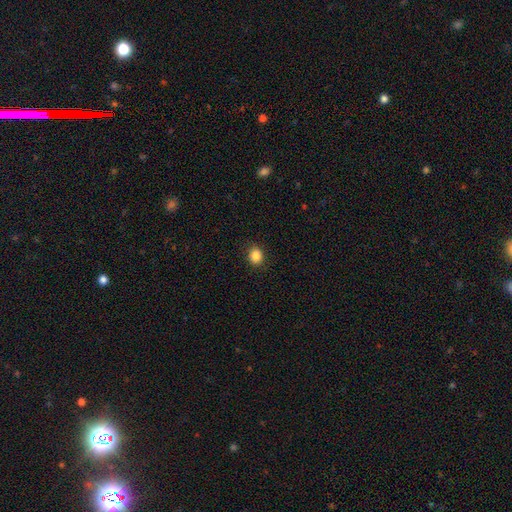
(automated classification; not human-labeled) Smooth or featured: smooth — 86% (star or artifact — 10%)
How rounded: round — 70% (in between — 29%)
Merging: none — 88% (minor disturbance — 8%)